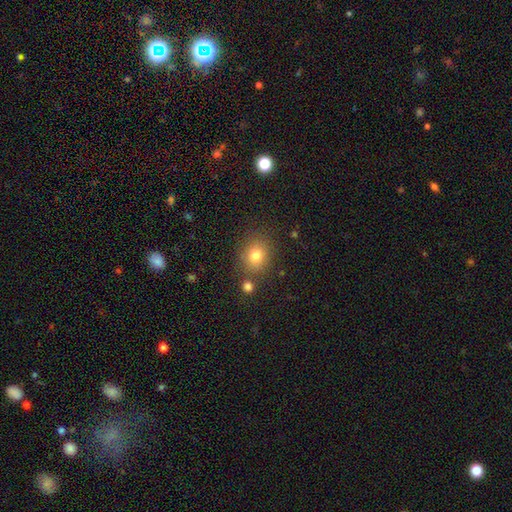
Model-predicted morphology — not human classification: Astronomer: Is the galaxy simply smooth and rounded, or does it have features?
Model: smooth — 79%.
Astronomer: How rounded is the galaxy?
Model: round — 66%.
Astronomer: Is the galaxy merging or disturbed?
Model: none — 78%.